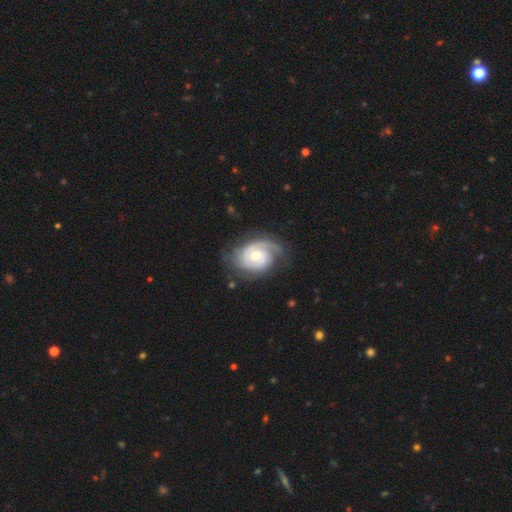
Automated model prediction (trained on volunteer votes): A featured or disk galaxy (88%) with no bar (61%), 2 (49%) tight (66%) spiral arms (97%) and a moderate central bulge (67%).

Vote fractions:
- Smooth or featured? featured or disk: 88% / smooth: 8% / star or artifact: 4%
- Edge-on disk? no: 98% / yes: 2%
- Bar? no: 61% / weak: 33% / strong: 6%
- Spiral arms? yes: 97% / no: 3%
- Spiral winding? tight: 66% / medium: 27% / loose: 7%
- Spiral arm count? 2: 49% / 1: 19% / can't tell: 13% / 3: 13% / 4: 3% / more than 4: 3%
- Bulge size? moderate: 67% / small: 23% / large: 7% / none: 1% / dominant: 1%
- Merging? none: 70% / minor disturbance: 19% / major disturbance: 9% / merger: 1%